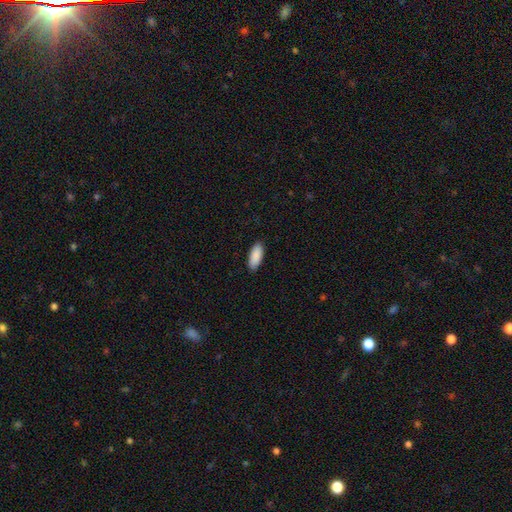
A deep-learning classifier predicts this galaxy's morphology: Smooth or featured: smooth — 91% (star or artifact — 5%)
How rounded: in between — 80% (cigar-shaped — 18%)
Merging: none — 88% (minor disturbance — 9%)